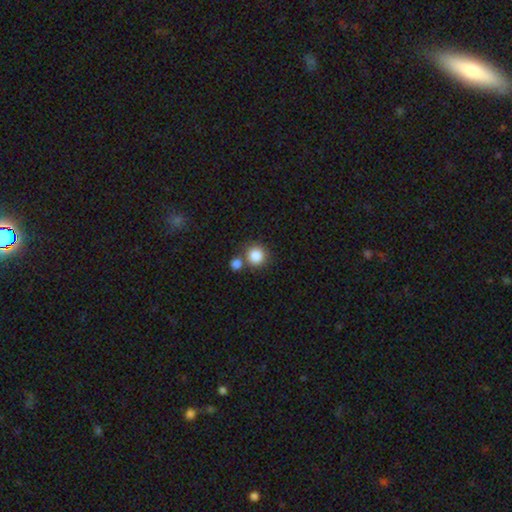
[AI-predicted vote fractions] A smooth galaxy with no disk features (85%) that is round (92%).

Vote fractions:
- Smooth or featured? smooth: 85% / star or artifact: 10% / featured or disk: 5%
- How rounded? round: 92% / in between: 7% / cigar-shaped: 1%
- Merging? none: 67% / merger: 22% / minor disturbance: 8% / major disturbance: 3%